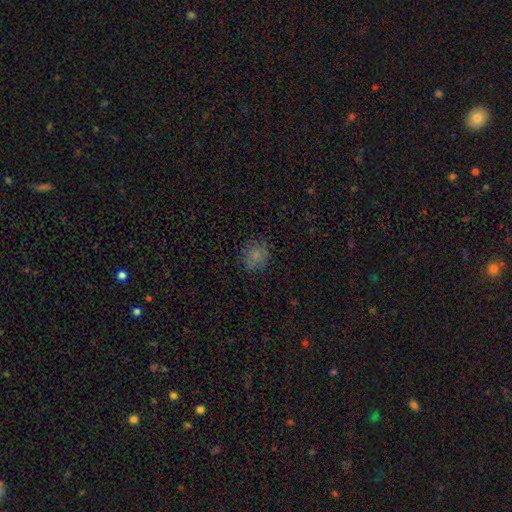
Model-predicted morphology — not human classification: type=smooth (79%); roundness=round (73%); merging=none (80%).